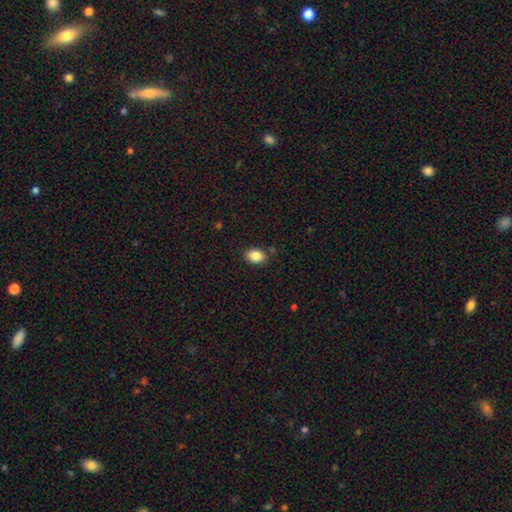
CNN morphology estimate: This is clearly a smooth galaxy (86%). How rounded: likely in between (79%). Merging: clearly none (84%).